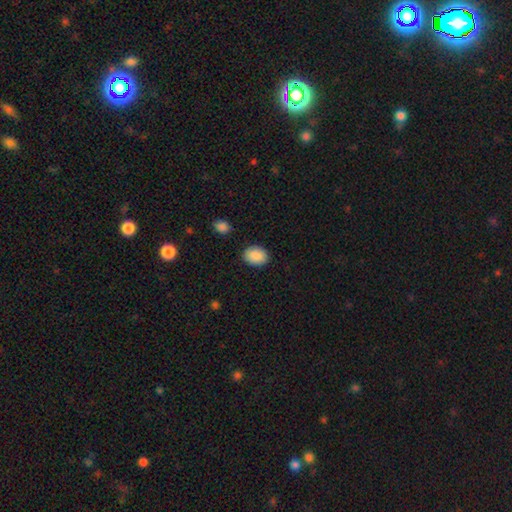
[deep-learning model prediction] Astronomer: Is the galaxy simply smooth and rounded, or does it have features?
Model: smooth — 90%.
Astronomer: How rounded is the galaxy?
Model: in between — 69%.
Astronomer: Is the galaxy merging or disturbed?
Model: none — 87%.